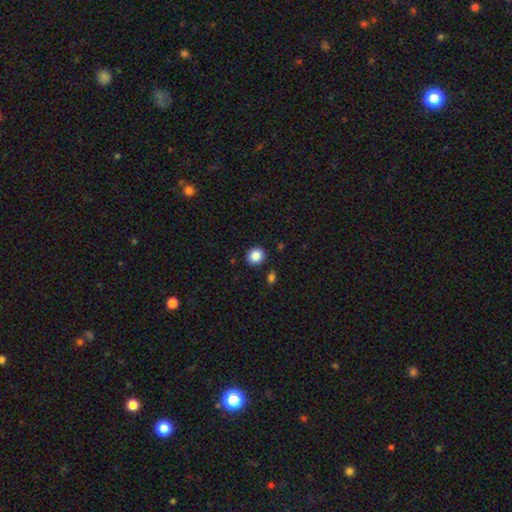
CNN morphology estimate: Q: Smooth or featured?
A: smooth (87%); runner-up: star or artifact (9%)
Q: How rounded?
A: round (77%); runner-up: in between (22%)
Q: Merging?
A: none (88%); runner-up: minor disturbance (7%)